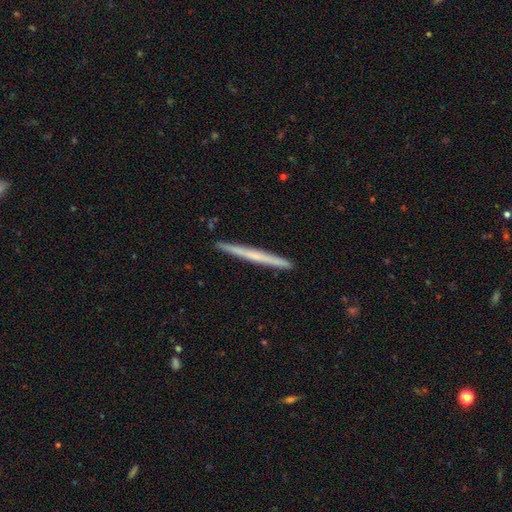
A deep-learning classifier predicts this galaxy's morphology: Smooth or featured? featured or disk (49%)
Merging? none (92%)